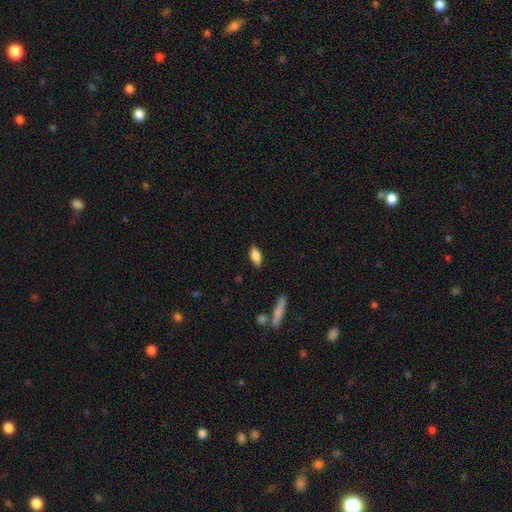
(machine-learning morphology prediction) A smooth galaxy with no disk features (77%) that is in between round and cigar-shaped (82%). Merging: none (85%).